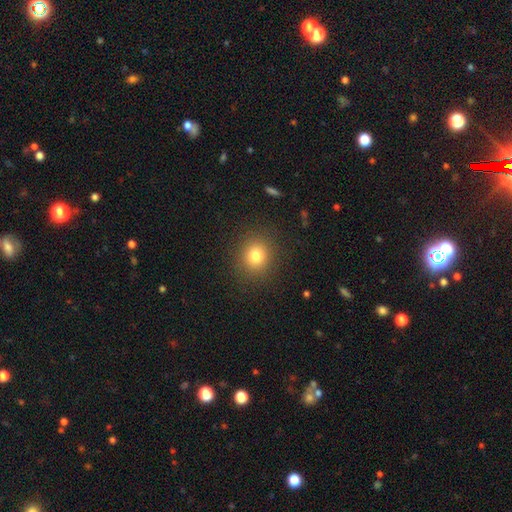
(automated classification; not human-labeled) smooth 79%, star or artifact 13%, featured or disk 8%. Down the decision tree: how rounded — round (80%); merging — none (88%).